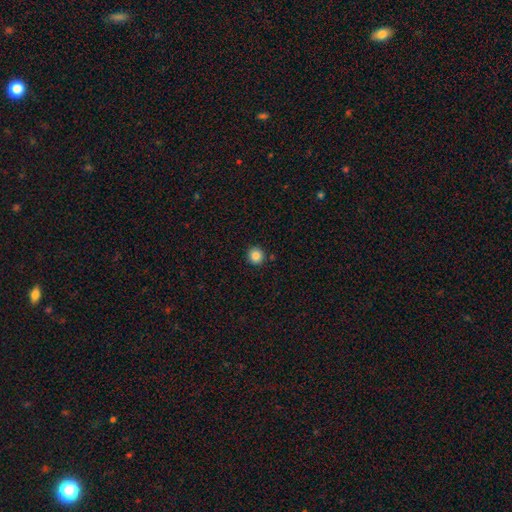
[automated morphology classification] smooth 85%, star or artifact 11%, featured or disk 4%. Down the decision tree: how rounded — round (93%); merging — none (91%).